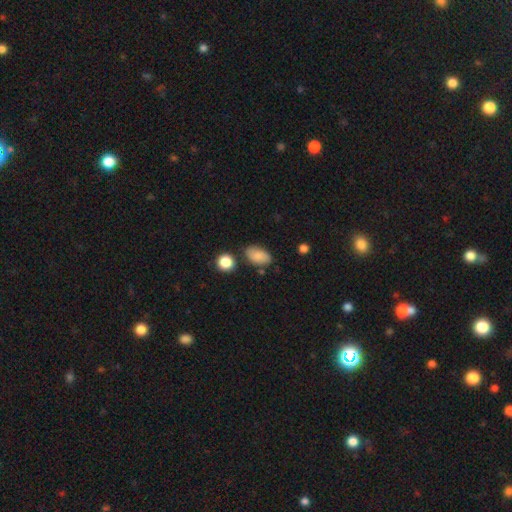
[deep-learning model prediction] Overall: smooth (80%). How rounded: in between (89%). Merging: none (71%).